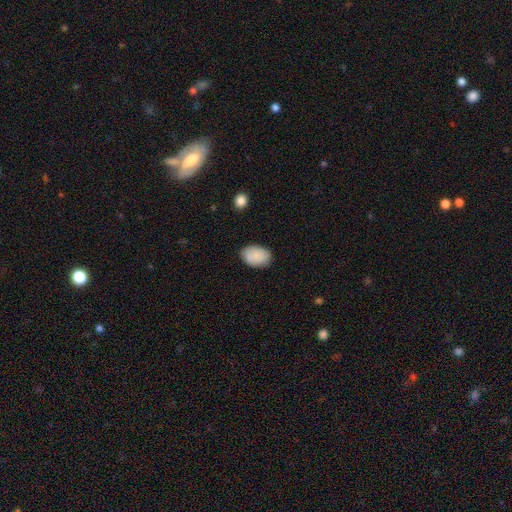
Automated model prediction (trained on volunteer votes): Q: Smooth or featured?
A: smooth (86%); runner-up: featured or disk (8%)
Q: How rounded?
A: in between (84%); runner-up: round (15%)
Q: Merging?
A: none (81%); runner-up: minor disturbance (14%)